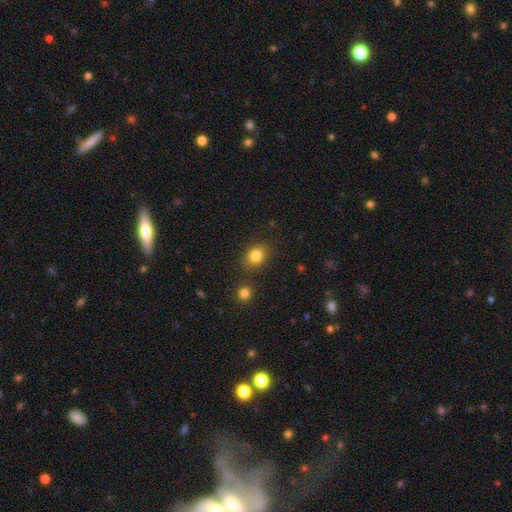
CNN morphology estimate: This appears to be a smooth galaxy with no disk features (83%) that is in between round and cigar-shaped (55%). Merging: none (80%).